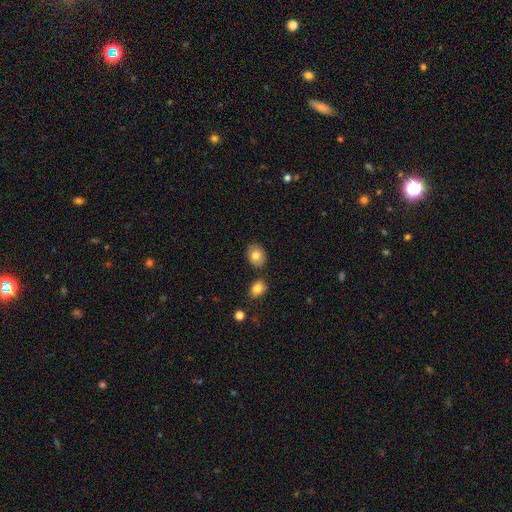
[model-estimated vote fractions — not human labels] Smooth or featured? Predicted: smooth (p=0.81). How rounded? Predicted: in between (p=0.58). Merging? Predicted: none (p=0.81).